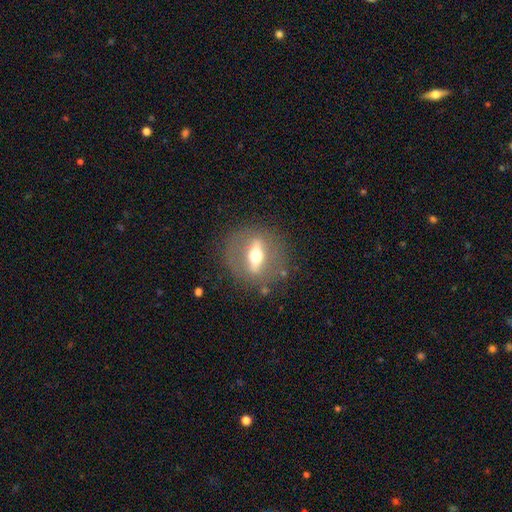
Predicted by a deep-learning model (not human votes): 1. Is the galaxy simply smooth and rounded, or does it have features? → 72% featured or disk, 20% smooth, 8% star or artifact.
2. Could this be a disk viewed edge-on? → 54% yes, 46% no.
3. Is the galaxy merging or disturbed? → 81% none, 10% minor disturbance, 7% major disturbance, 2% merger.